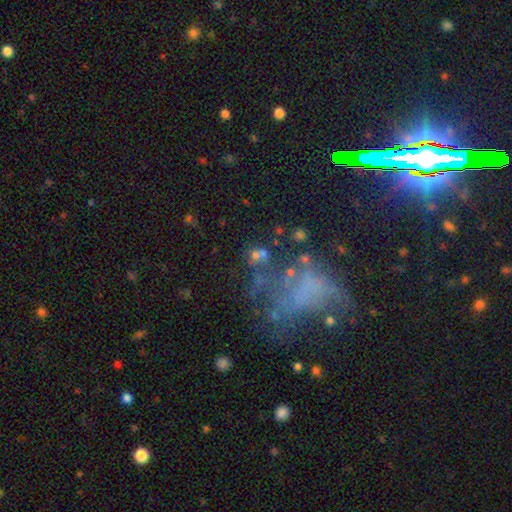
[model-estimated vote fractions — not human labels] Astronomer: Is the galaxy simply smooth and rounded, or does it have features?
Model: smooth — 43% (runner-up: featured or disk, 29%).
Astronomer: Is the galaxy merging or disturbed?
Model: none — 49%.